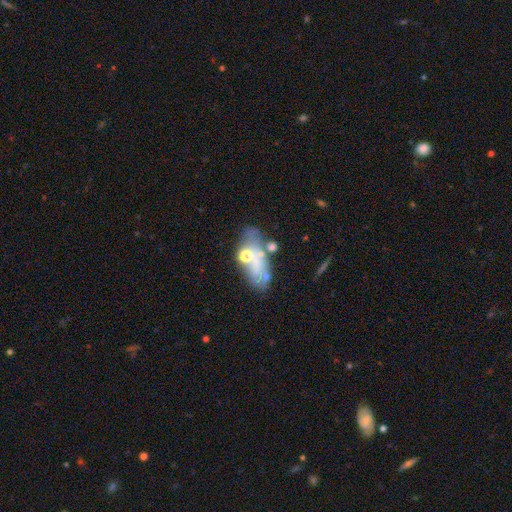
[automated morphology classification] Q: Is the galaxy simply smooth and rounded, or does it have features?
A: smooth — 46%.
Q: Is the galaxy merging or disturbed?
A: none — 40%.